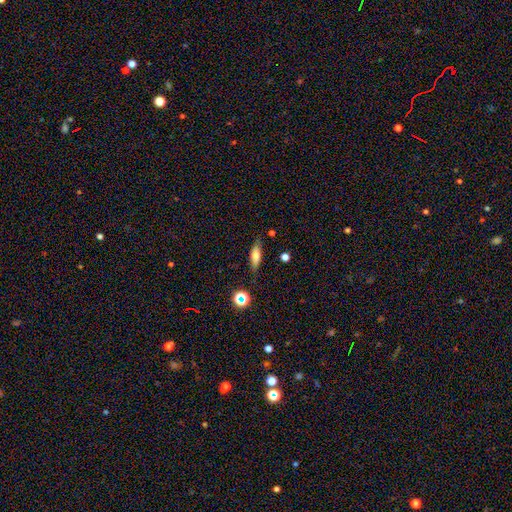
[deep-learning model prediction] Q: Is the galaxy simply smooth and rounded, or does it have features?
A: smooth — 63%.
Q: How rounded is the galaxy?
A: in between — 50%.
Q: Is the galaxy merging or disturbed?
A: none — 81%.